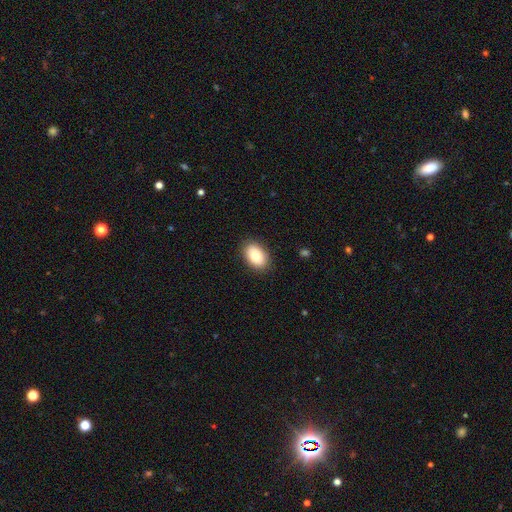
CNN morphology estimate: Smooth or featured? smooth (84%)
How rounded? in between (88%)
Merging? none (88%)